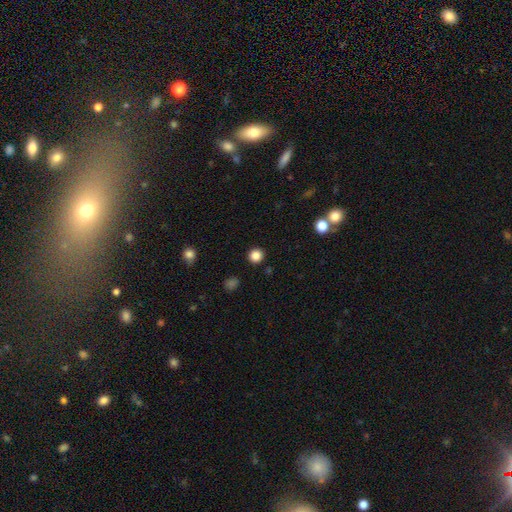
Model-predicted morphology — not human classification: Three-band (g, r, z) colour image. It shows a smooth galaxy with no disk features (85%) that is round (94%). Merging: none (92%).